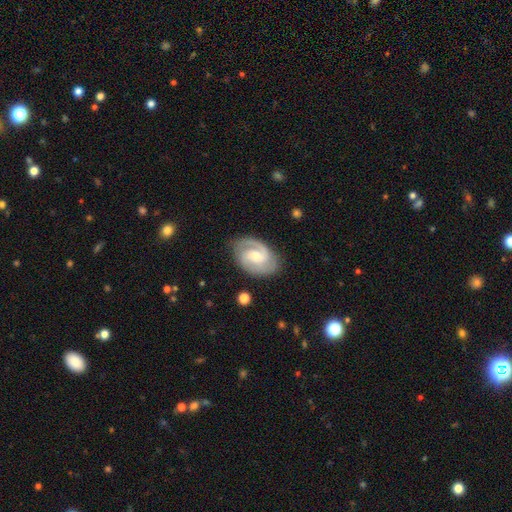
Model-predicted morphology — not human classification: featured or disk 86%, smooth 10%, star or artifact 4%. Down the decision tree: edge-on disk — no (97%); bar — weak (46%); spiral arms — yes (97%); spiral arm count — 2 (80%); spiral winding — medium (49%); bulge size — small (50%); merging — none (81%).